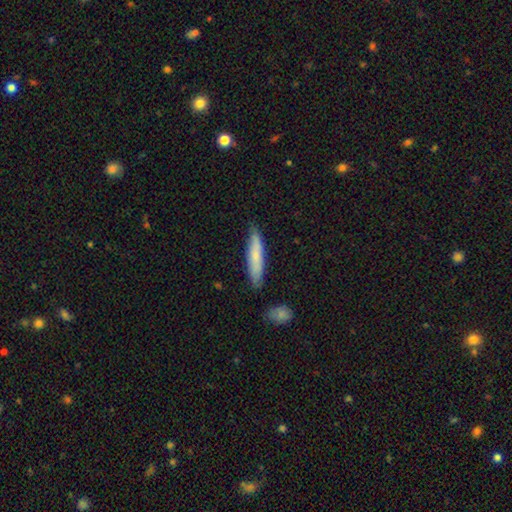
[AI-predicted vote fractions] A smooth galaxy with no disk features (69%) that is cigar-shaped (85%).

Vote fractions:
- Smooth or featured? smooth: 69% / featured or disk: 25% / star or artifact: 6%
- How rounded? cigar-shaped: 85% / in between: 13% / round: 1%
- Merging? none: 80% / minor disturbance: 15% / merger: 3% / major disturbance: 2%